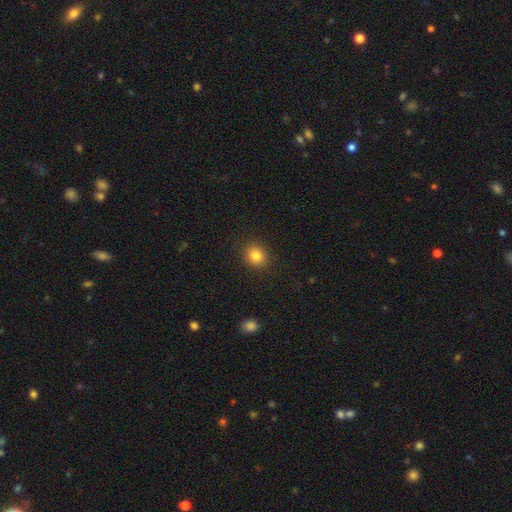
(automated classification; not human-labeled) smooth 83%, star or artifact 11%, featured or disk 6%. Down the decision tree: how rounded — round (74%); merging — none (90%).